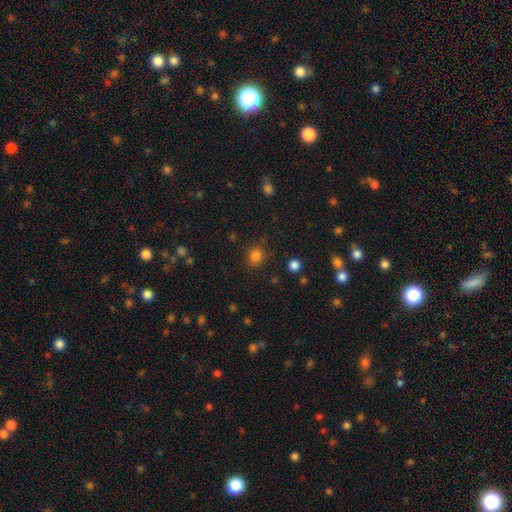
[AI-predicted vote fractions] Overall: smooth (82%). How rounded: round (62%; in between 37%). Merging: none (82%).